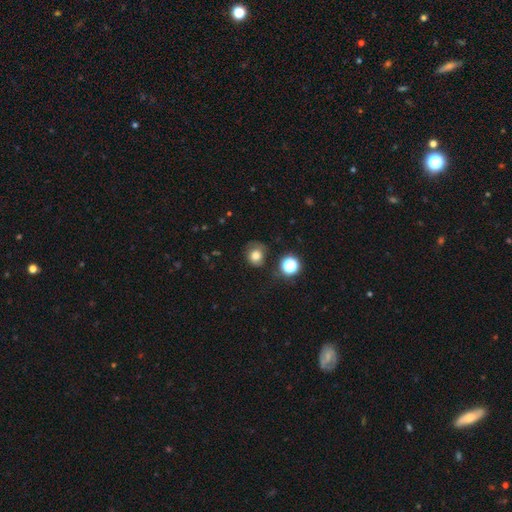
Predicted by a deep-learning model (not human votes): smooth 76%, star or artifact 14%, featured or disk 10%. Down the decision tree: how rounded — round (78%); merging — none (62%).